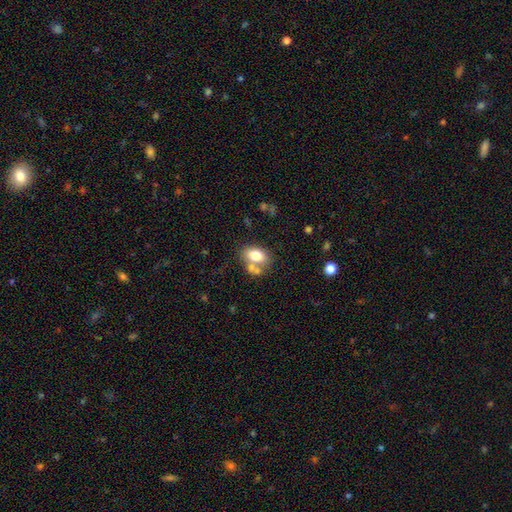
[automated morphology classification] Smooth or featured? smooth (76%)
How rounded? in between (81%)
Merging? none (51%)